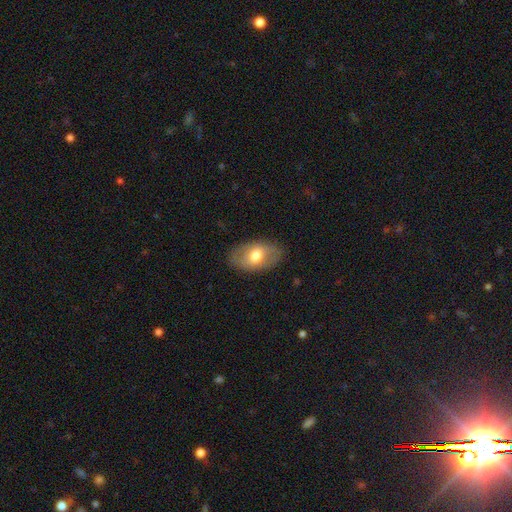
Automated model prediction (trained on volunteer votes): Smooth or featured?
  - smooth: 62% *
  - featured or disk: 32%
  - star or artifact: 6%
How rounded?
  - in between: 90% *
  - round: 9%
  - cigar-shaped: 2%
Merging?
  - none: 81% *
  - minor disturbance: 13%
  - major disturbance: 4%
  - merger: 1%